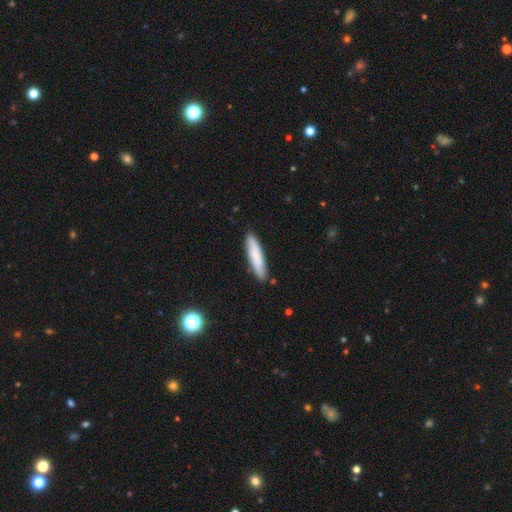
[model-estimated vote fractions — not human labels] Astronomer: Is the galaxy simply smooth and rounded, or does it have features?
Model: smooth — 79%.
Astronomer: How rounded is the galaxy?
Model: cigar-shaped — 84%.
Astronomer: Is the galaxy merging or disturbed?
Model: none — 88%.